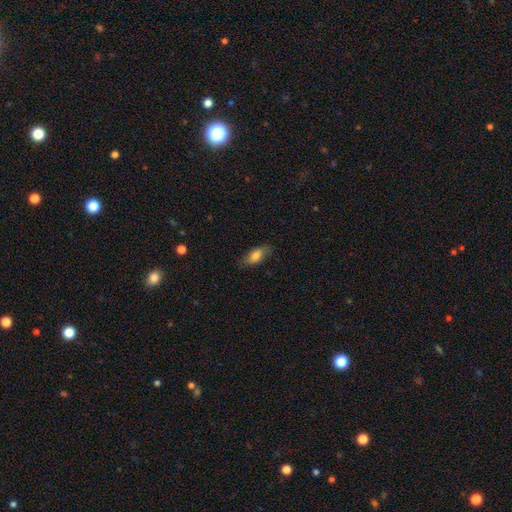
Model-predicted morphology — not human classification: smooth_or_featured: smooth (p=0.73) [alt: featured or disk p=0.19]
how_rounded: in between (p=0.81) [alt: cigar-shaped p=0.15]
merging: none (p=0.76) [alt: minor disturbance p=0.18]